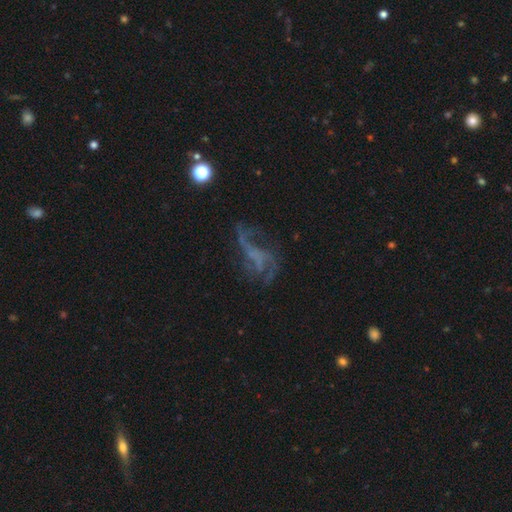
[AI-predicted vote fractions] A featured or disk galaxy (68%) with no bar (60%), spiral arms (73%) and no central bulge (75%).

Vote fractions:
- Smooth or featured? featured or disk: 68% / star or artifact: 19% / smooth: 14%
- Edge-on disk? no: 95% / yes: 5%
- Bar? no: 60% / weak: 27% / strong: 13%
- Spiral arms? yes: 73% / no: 27%
- Bulge size? none: 75% / small: 15% / moderate: 7% / large: 2% / dominant: 1%
- Merging? none: 46% / major disturbance: 33% / minor disturbance: 17% / merger: 5%